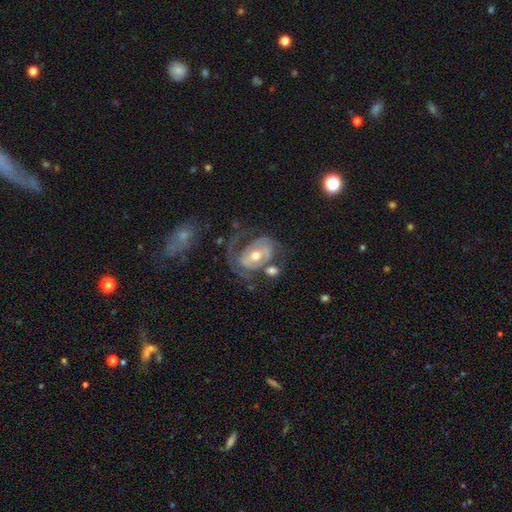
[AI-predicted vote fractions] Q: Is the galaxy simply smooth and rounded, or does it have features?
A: featured or disk — 79%.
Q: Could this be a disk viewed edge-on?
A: no — 96%.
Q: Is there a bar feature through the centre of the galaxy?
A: no — 43%.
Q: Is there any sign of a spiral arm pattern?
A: yes — 81%.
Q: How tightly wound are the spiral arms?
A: medium — 42%.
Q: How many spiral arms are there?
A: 2 — 60%.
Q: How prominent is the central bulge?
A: moderate — 71%.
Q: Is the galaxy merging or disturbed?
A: none — 38%.